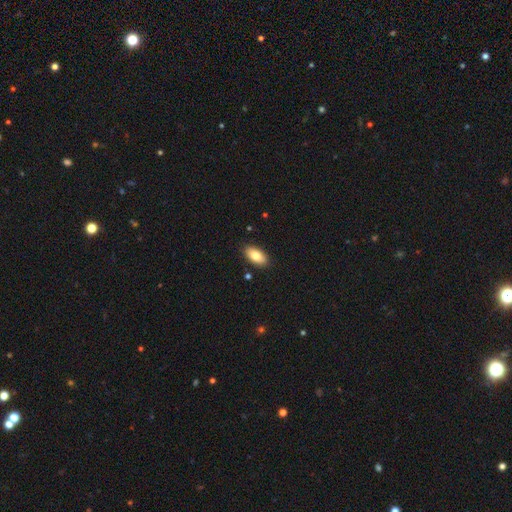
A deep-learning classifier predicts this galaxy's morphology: Smooth or featured? Predicted: smooth (p=0.80). How rounded? Predicted: in between (p=0.93). Merging? Predicted: none (p=0.88).